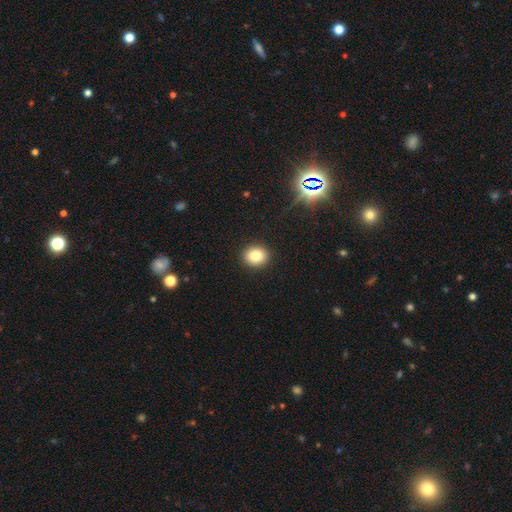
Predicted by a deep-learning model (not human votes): Overall: smooth (83%). How rounded: round (67%; in between 32%). Merging: none (91%).